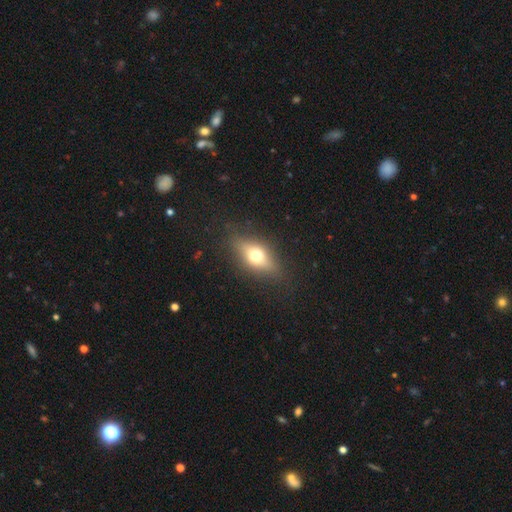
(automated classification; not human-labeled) This is possibly a smooth galaxy (60%). How rounded: likely in between (70%). Merging: clearly none (84%).